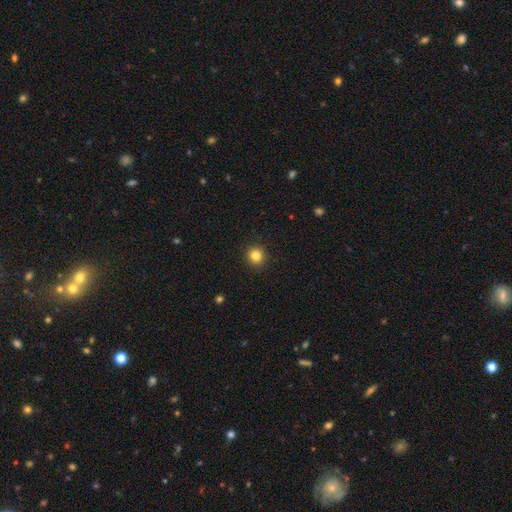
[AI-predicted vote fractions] Morphology: type=smooth (84%); roundness=round (92%); merging=none (92%).